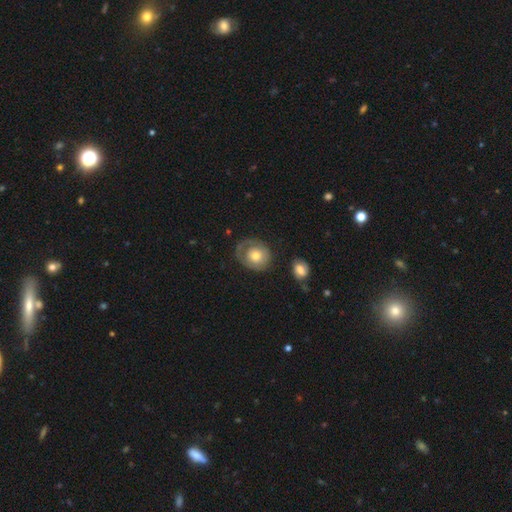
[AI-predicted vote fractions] Smooth or featured?
  - smooth: 53% *
  - featured or disk: 41%
  - star or artifact: 6%
How rounded?
  - round: 73% *
  - in between: 26%
  - cigar-shaped: 1%
Merging?
  - none: 55% *
  - minor disturbance: 23%
  - major disturbance: 18%
  - merger: 4%